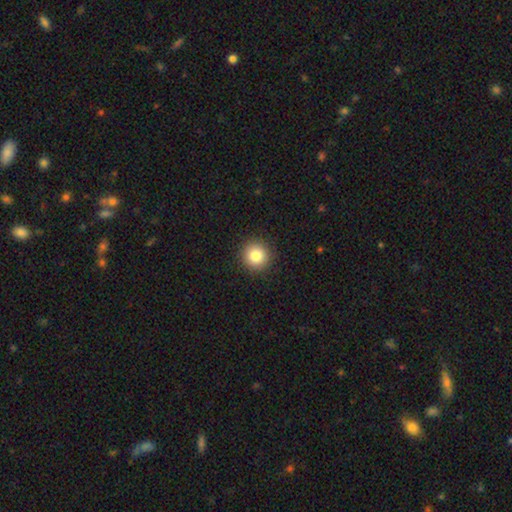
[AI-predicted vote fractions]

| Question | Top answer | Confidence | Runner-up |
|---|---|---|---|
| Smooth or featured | smooth | 84% | star or artifact (10%) |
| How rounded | round | 95% | in between (4%) |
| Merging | none | 92% | minor disturbance (5%) |